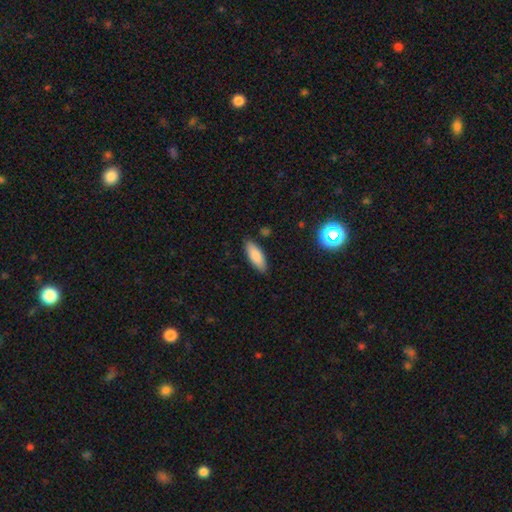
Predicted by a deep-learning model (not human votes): A smooth galaxy with no disk features (84%) that is in between round and cigar-shaped (69%).

Vote fractions:
- Smooth or featured? smooth: 84% / featured or disk: 9% / star or artifact: 7%
- How rounded? in between: 69% / cigar-shaped: 29% / round: 2%
- Merging? none: 87% / minor disturbance: 10% / major disturbance: 2% / merger: 2%